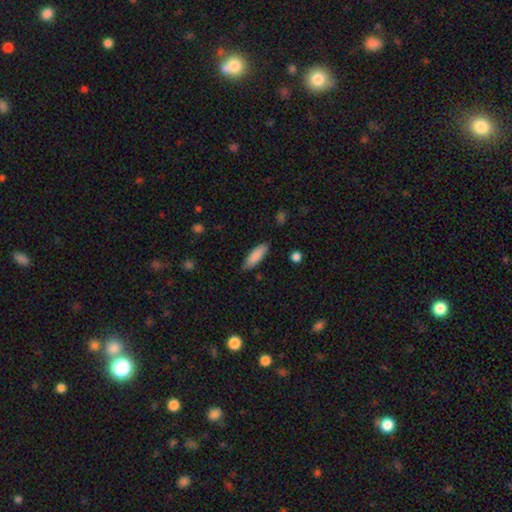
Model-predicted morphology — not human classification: smooth 87%, featured or disk 7%, star or artifact 6%. Down the decision tree: how rounded — in between (52%); merging — none (83%).